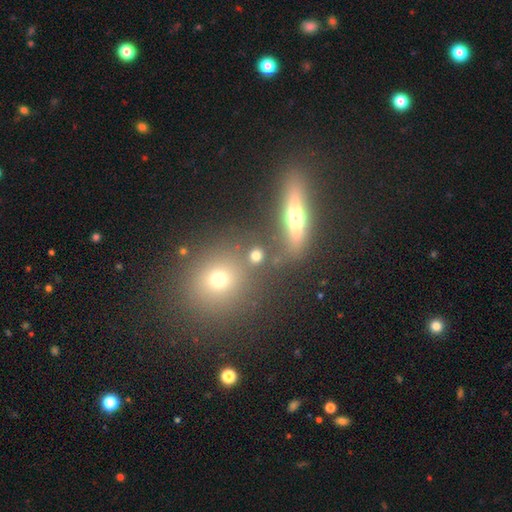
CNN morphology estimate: Smooth or featured?
  - smooth: 69% *
  - star or artifact: 18%
  - featured or disk: 13%
How rounded?
  - round: 80% *
  - in between: 16%
  - cigar-shaped: 4%
Merging?
  - none: 72% *
  - merger: 16%
  - minor disturbance: 7%
  - major disturbance: 4%